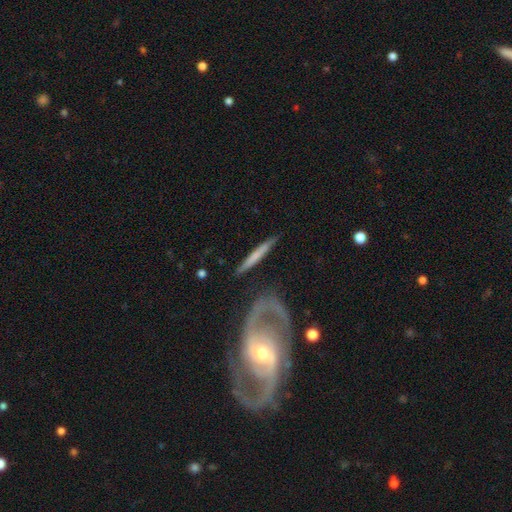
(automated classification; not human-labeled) smooth-or-featured: smooth: 52% | featured or disk: 42% | star or artifact: 5%
  how-rounded: cigar-shaped: 94% | in between: 4% | round: 2%
  merging: none: 81% | minor disturbance: 11% | major disturbance: 4% | merger: 3%